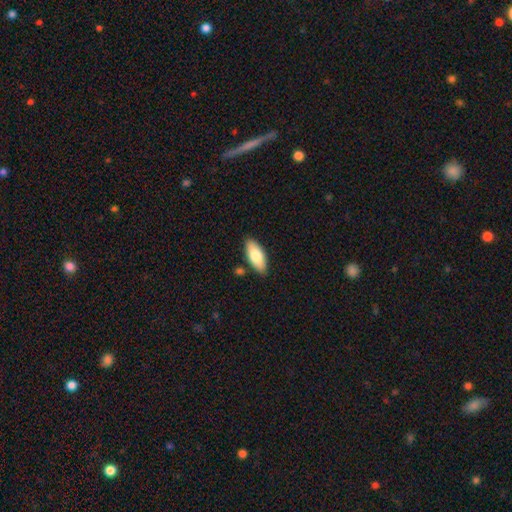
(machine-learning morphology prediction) Smooth or featured?
  - smooth: 77% *
  - featured or disk: 17%
  - star or artifact: 6%
How rounded?
  - in between: 85% *
  - cigar-shaped: 12%
  - round: 2%
Merging?
  - none: 85% *
  - minor disturbance: 10%
  - merger: 3%
  - major disturbance: 2%